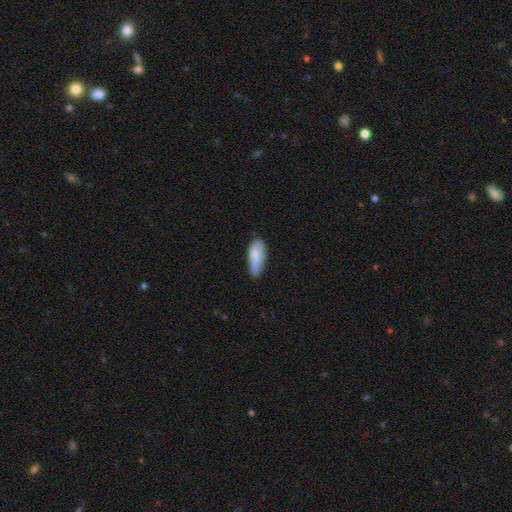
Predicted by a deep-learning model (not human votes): Q: Smooth or featured?
A: smooth (75%); runner-up: featured or disk (19%)
Q: How rounded?
A: in between (73%); runner-up: cigar-shaped (25%)
Q: Merging?
A: none (54%); runner-up: minor disturbance (34%)